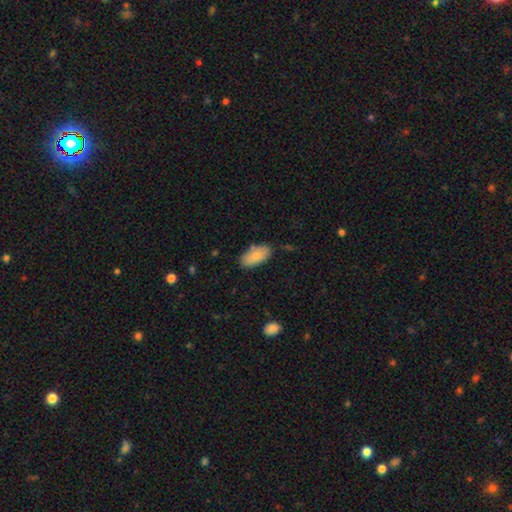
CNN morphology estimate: This is clearly a smooth galaxy (82%). How rounded: clearly in between (93%). Merging: likely none (78%).